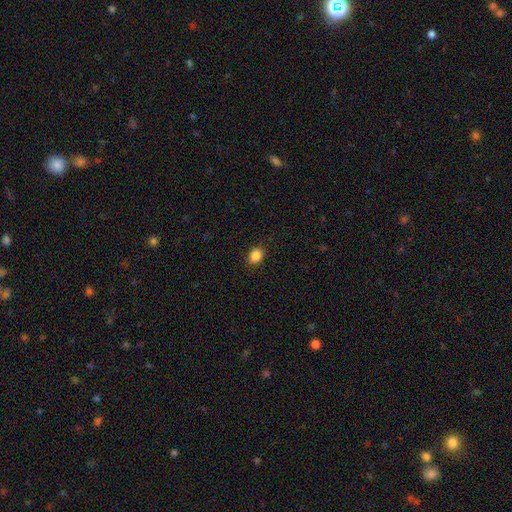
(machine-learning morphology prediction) Smooth or featured: smooth — 86% (star or artifact — 10%)
How rounded: in between — 51% (round — 48%)
Merging: none — 87% (minor disturbance — 9%)